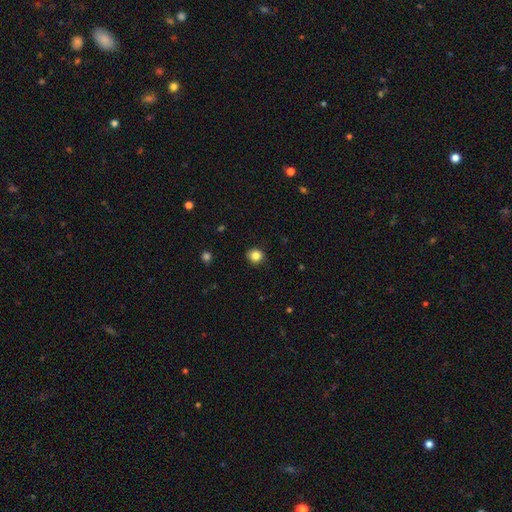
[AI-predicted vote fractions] Smooth or featured?
  - smooth: 85% *
  - star or artifact: 11%
  - featured or disk: 5%
How rounded?
  - round: 86% *
  - in between: 13%
  - cigar-shaped: 1%
Merging?
  - none: 89% *
  - minor disturbance: 8%
  - major disturbance: 2%
  - merger: 1%